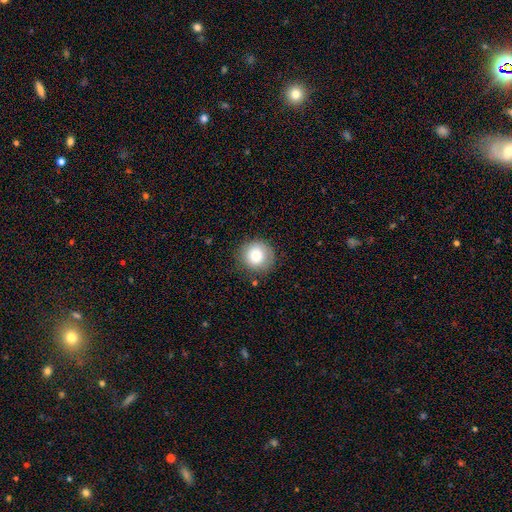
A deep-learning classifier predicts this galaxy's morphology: A smooth galaxy with no disk features (79%) that is round (94%).

Vote fractions:
- Smooth or featured? smooth: 79% / featured or disk: 11% / star or artifact: 10%
- How rounded? round: 94% / in between: 5% / cigar-shaped: 1%
- Merging? none: 84% / minor disturbance: 12% / major disturbance: 3% / merger: 1%